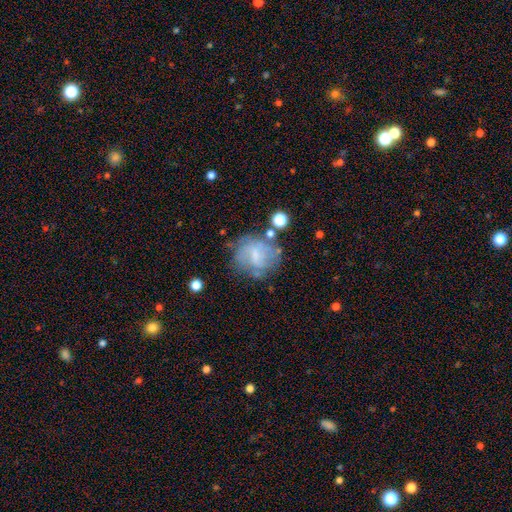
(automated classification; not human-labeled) A featured or disk galaxy (52%) with a weak bar (44%), spiral arms (54%) and a small central bulge (43%).

Vote fractions:
- Smooth or featured? featured or disk: 52% / smooth: 36% / star or artifact: 12%
- Edge-on disk? no: 97% / yes: 3%
- Bar? weak: 44% / no: 43% / strong: 12%
- Spiral arms? yes: 54% / no: 46%
- Bulge size? small: 43% / none: 35% / moderate: 19% / large: 2% / dominant: 1%
- Merging? none: 55% / minor disturbance: 22% / major disturbance: 16% / merger: 7%